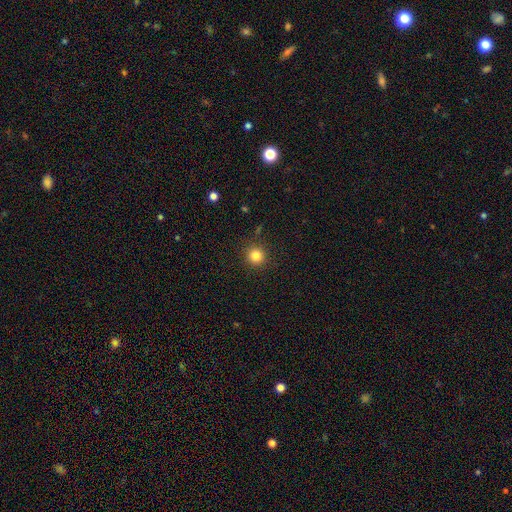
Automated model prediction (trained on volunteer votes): smooth 83%, star or artifact 12%, featured or disk 5%. Down the decision tree: how rounded — round (95%); merging — none (90%).